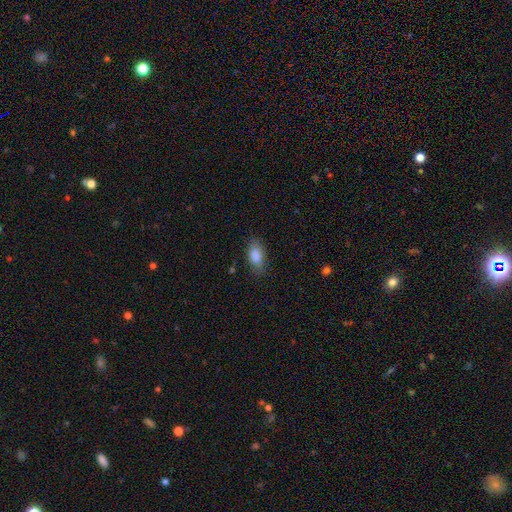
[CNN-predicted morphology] The model was most divided on "merging": none: 80%, minor disturbance: 15%, major disturbance: 4%, merger: 1%. More confident: how rounded — in between (89%); smooth or featured — smooth (87%).